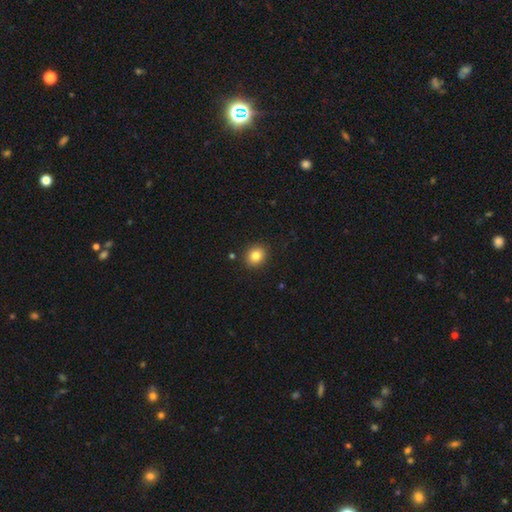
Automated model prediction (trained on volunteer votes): smooth_or_featured: smooth (p=0.83) [alt: star or artifact p=0.10]
how_rounded: round (p=0.73) [alt: in between p=0.27]
merging: none (p=0.90) [alt: minor disturbance p=0.07]